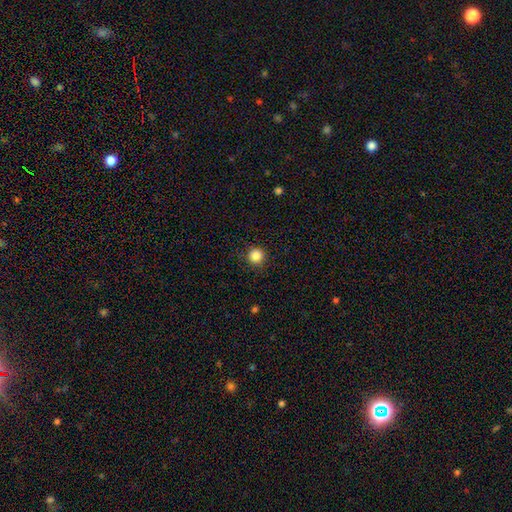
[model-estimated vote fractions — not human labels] Smooth or featured? smooth (86%)
How rounded? round (95%)
Merging? none (90%)